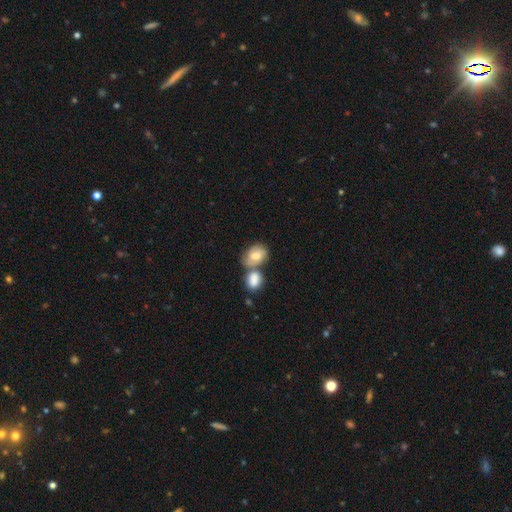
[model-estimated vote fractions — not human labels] Morphology: type=smooth (57%); roundness=in between (65%); merging=merger (52%).